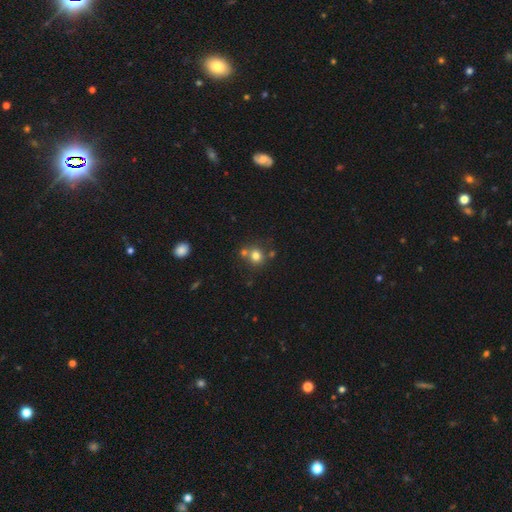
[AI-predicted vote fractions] Morphology: type=smooth (76%); roundness=round (85%); merging=none (62%).